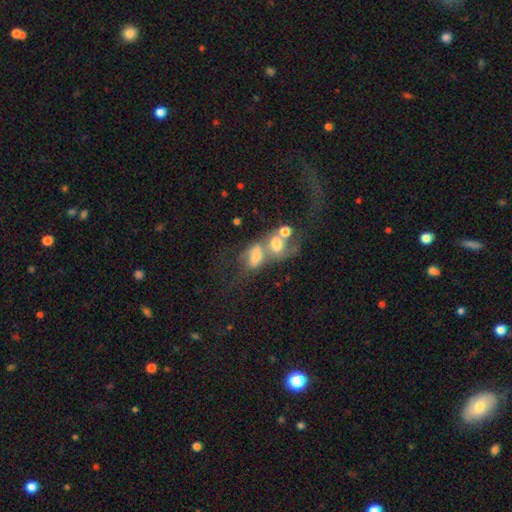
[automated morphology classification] Smooth or featured? smooth (53%)
How rounded? in between (74%)
Merging? merger (68%)